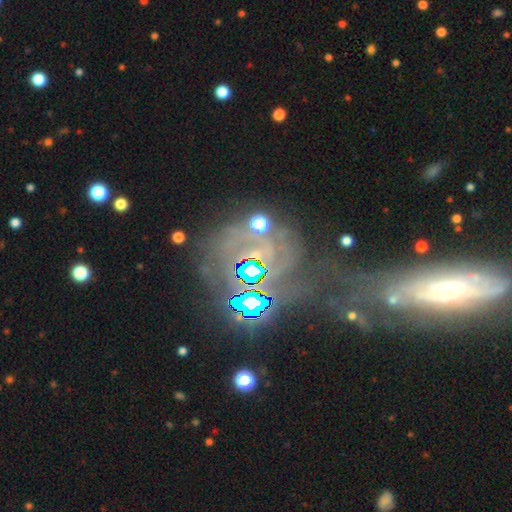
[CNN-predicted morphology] smooth-or-featured: featured or disk: 48% | star or artifact: 38% | smooth: 14%
  merging: none: 49% | major disturbance: 23% | minor disturbance: 17% | merger: 11%